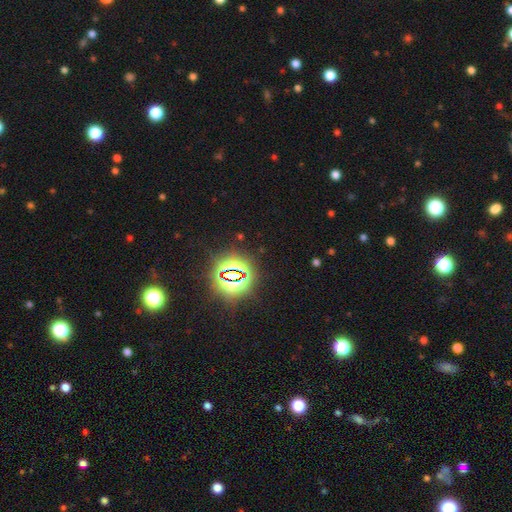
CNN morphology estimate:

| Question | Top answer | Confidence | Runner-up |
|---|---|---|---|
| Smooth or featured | star or artifact | 81% | smooth (12%) |